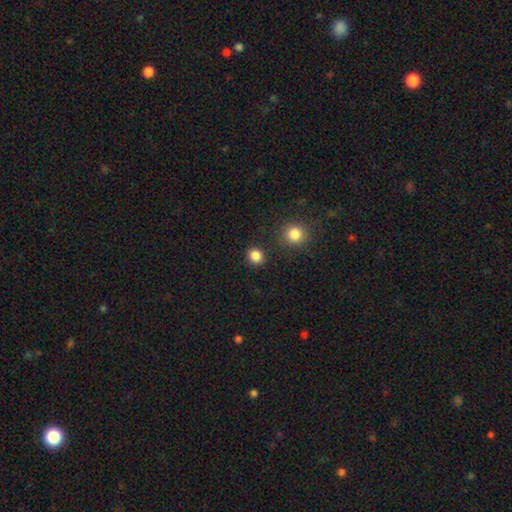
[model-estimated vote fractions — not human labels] A smooth galaxy with no disk features (85%) that is round (79%).

Vote fractions:
- Smooth or featured? smooth: 85% / star or artifact: 12% / featured or disk: 3%
- How rounded? round: 79% / in between: 20% / cigar-shaped: 1%
- Merging? none: 87% / minor disturbance: 7% / merger: 3% / major disturbance: 3%